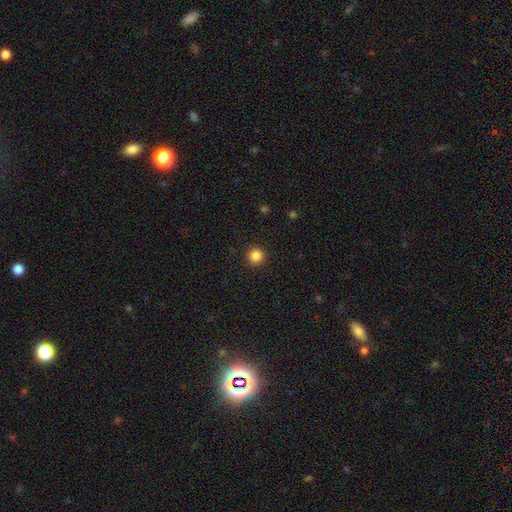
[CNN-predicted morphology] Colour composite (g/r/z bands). It shows a smooth galaxy with no disk features (85%) that is round (95%). Merging: none (92%).